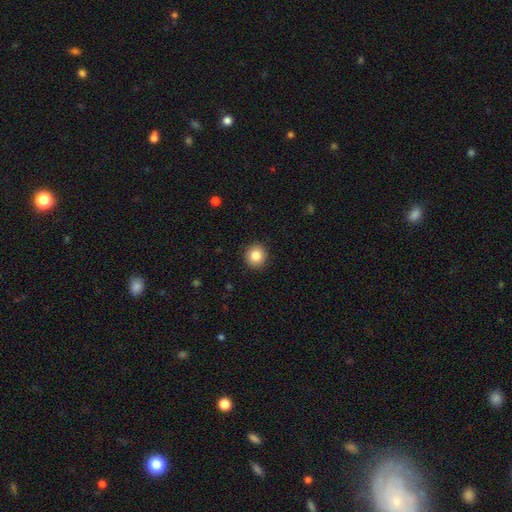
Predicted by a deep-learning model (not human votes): smooth 84%, star or artifact 10%, featured or disk 6%. Down the decision tree: how rounded — round (91%); merging — none (92%).